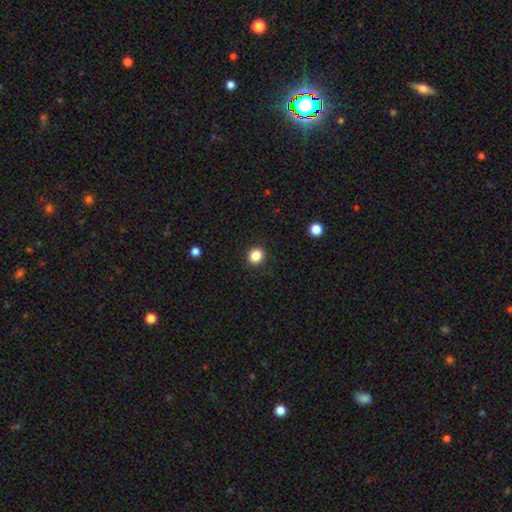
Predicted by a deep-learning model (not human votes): smooth 86%, star or artifact 11%, featured or disk 3%. Down the decision tree: how rounded — round (78%); merging — none (91%).